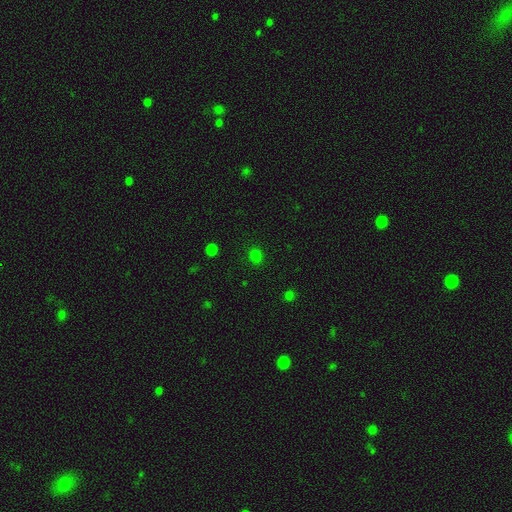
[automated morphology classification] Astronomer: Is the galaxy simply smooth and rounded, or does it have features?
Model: smooth — 77%.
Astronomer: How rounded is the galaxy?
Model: round — 77%.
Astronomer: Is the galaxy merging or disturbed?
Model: none — 89%.